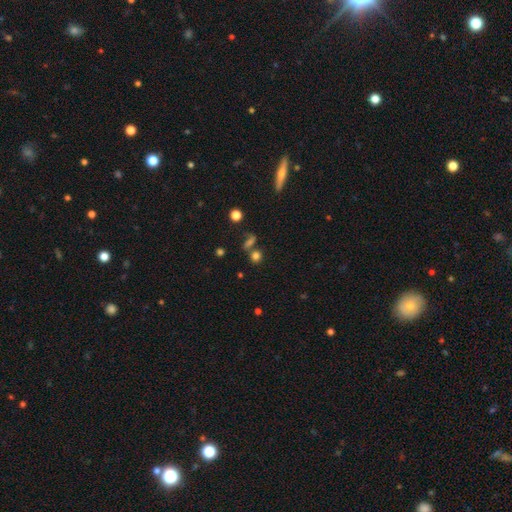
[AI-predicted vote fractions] A smooth galaxy with no disk features (72%) that is round (75%). Merging: none (57%).